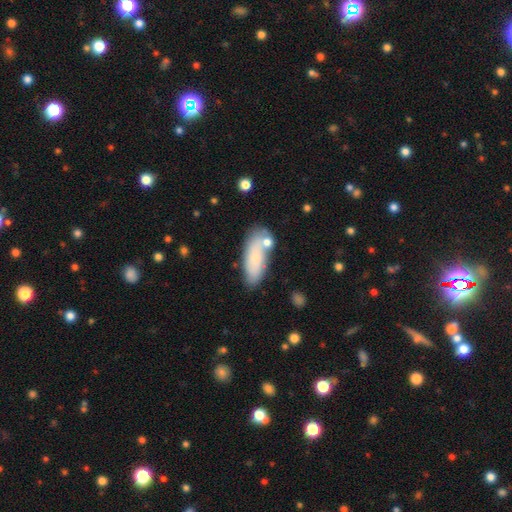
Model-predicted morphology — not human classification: Smooth or featured?
  - smooth: 71% *
  - featured or disk: 22%
  - star or artifact: 7%
How rounded?
  - in between: 73% *
  - cigar-shaped: 24%
  - round: 3%
Merging?
  - none: 64% *
  - minor disturbance: 18%
  - merger: 13%
  - major disturbance: 5%